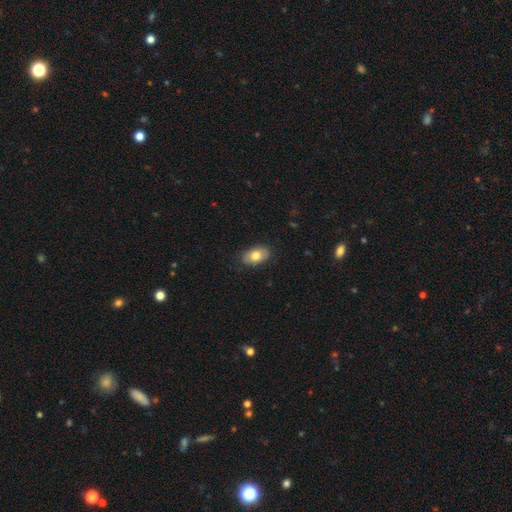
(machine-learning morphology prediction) Q: Smooth or featured?
A: smooth (79%); runner-up: featured or disk (15%)
Q: How rounded?
A: in between (90%); runner-up: round (9%)
Q: Merging?
A: none (85%); runner-up: minor disturbance (12%)